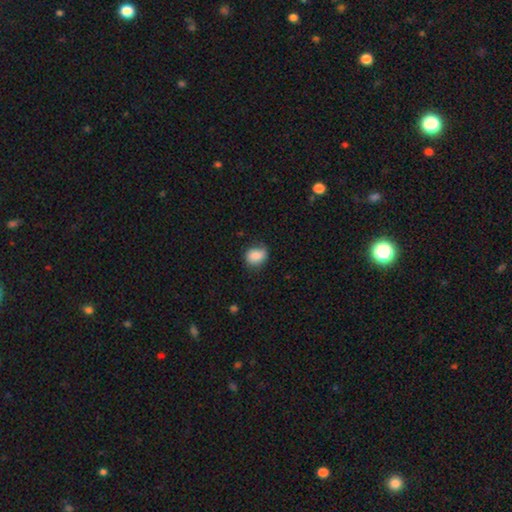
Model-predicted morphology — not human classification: A smooth galaxy with no disk features (82%) that is round (54%).

Vote fractions:
- Smooth or featured? smooth: 82% / featured or disk: 10% / star or artifact: 8%
- How rounded? round: 54% / in between: 45% / cigar-shaped: 1%
- Merging? none: 68% / minor disturbance: 25% / major disturbance: 6% / merger: 1%